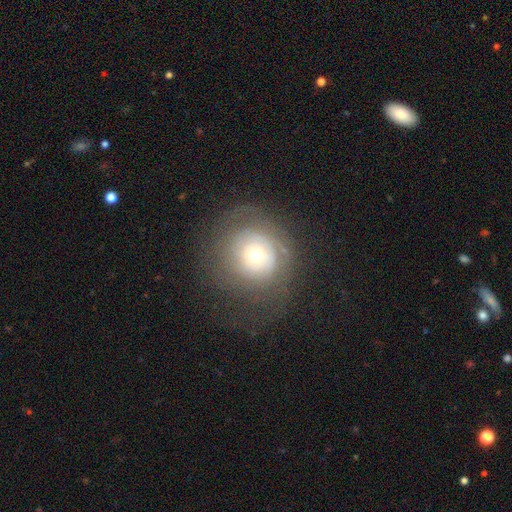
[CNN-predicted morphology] Q: Smooth or featured?
A: featured or disk (46%); runner-up: smooth (42%)
Q: Merging?
A: none (63%); runner-up: major disturbance (18%)